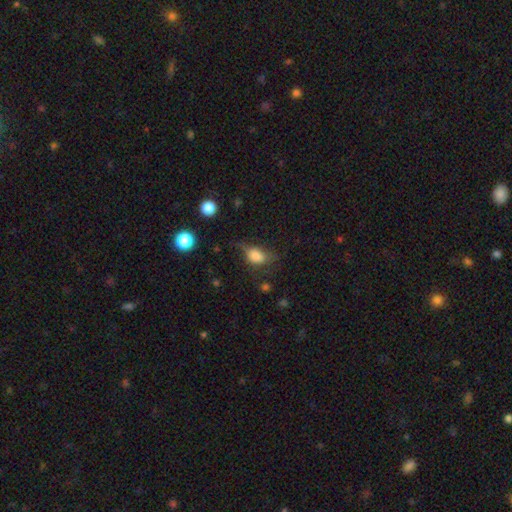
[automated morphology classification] Q: Smooth or featured?
A: smooth (70%); runner-up: featured or disk (19%)
Q: How rounded?
A: in between (73%); runner-up: round (24%)
Q: Merging?
A: none (36%); runner-up: minor disturbance (32%)